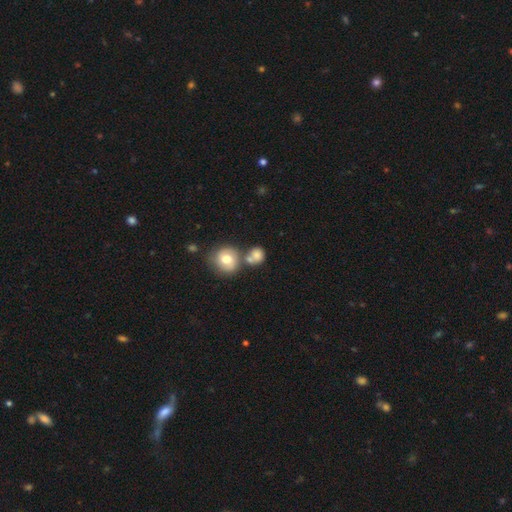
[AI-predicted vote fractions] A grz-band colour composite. It shows a smooth galaxy with no disk features (76%) that is round (78%). Merging: none (43%).